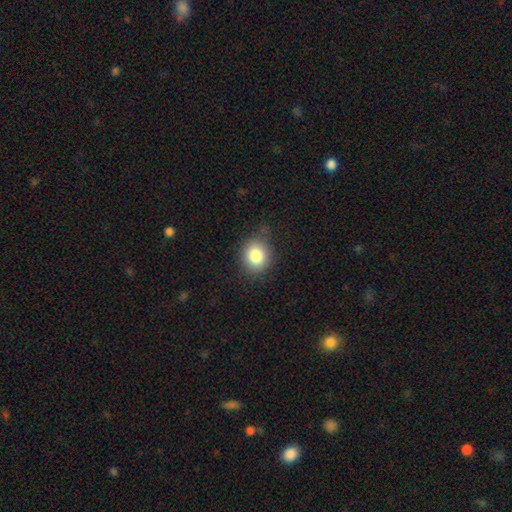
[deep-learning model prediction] The model was most divided on "how rounded": round: 74%, in between: 25%, cigar-shaped: 1%. More confident: smooth or featured — smooth (82%); merging — none (78%).